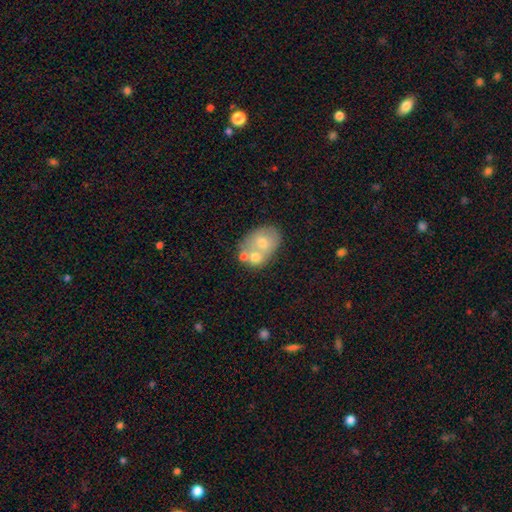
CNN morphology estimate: A smooth galaxy with no disk features (56%) that is in between round and cigar-shaped (64%). Merging: merger (46%).